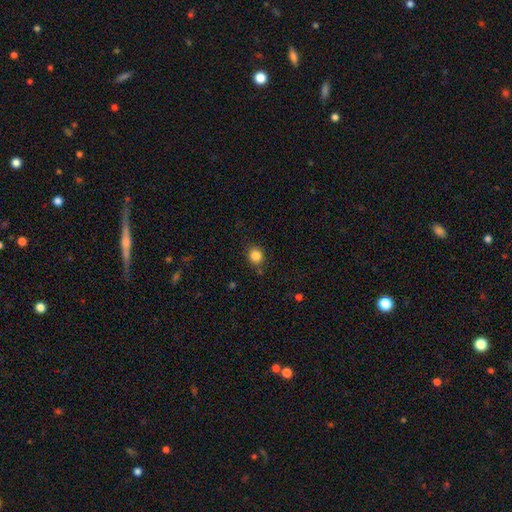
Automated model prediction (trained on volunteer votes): This is clearly a smooth galaxy (85%). How rounded: clearly round (83%). Merging: clearly none (82%).